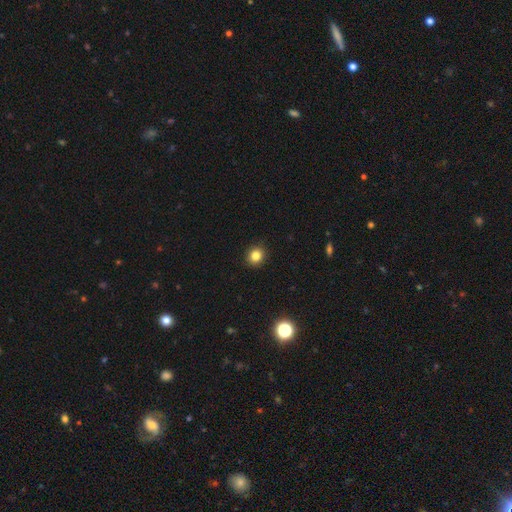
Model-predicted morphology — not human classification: smooth-or-featured: smooth: 83% | star or artifact: 12% | featured or disk: 5%
  how-rounded: round: 86% | in between: 13% | cigar-shaped: 1%
  merging: none: 91% | minor disturbance: 6% | major disturbance: 2% | merger: 1%